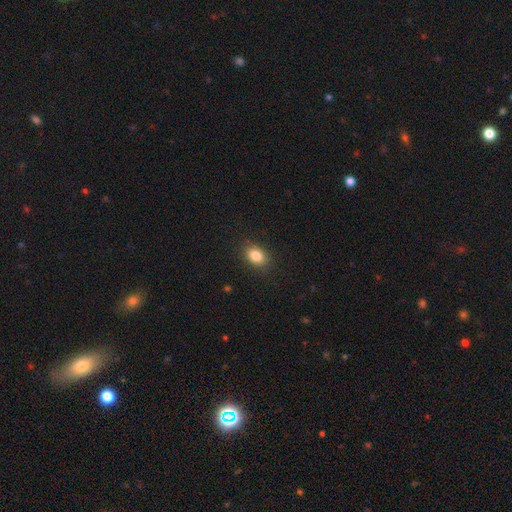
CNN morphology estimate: A smooth galaxy with no disk features (85%) that is in between round and cigar-shaped (74%). Merging: none (87%).